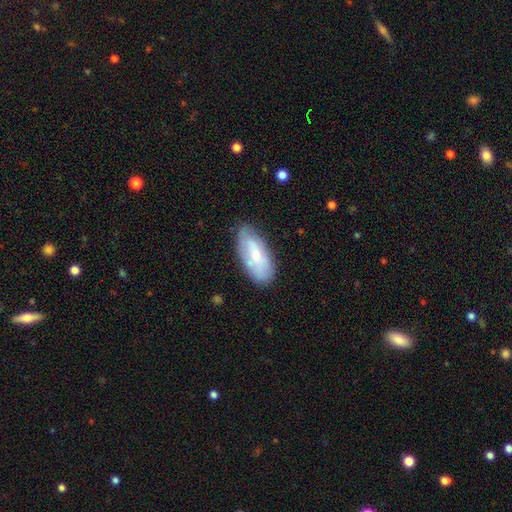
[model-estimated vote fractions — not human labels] smooth-or-featured: smooth: 59% | featured or disk: 35% | star or artifact: 7%
  how-rounded: in between: 87% | cigar-shaped: 11% | round: 2%
  merging: none: 73% | minor disturbance: 21% | major disturbance: 5% | merger: 2%